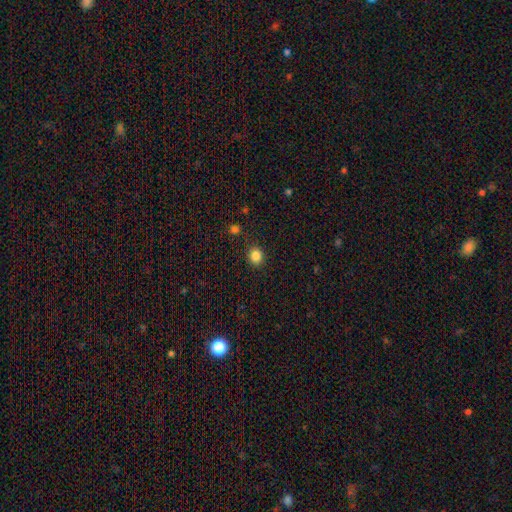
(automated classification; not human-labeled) This appears to be a smooth galaxy with no disk features (84%) that is round (79%). Merging: none (88%).